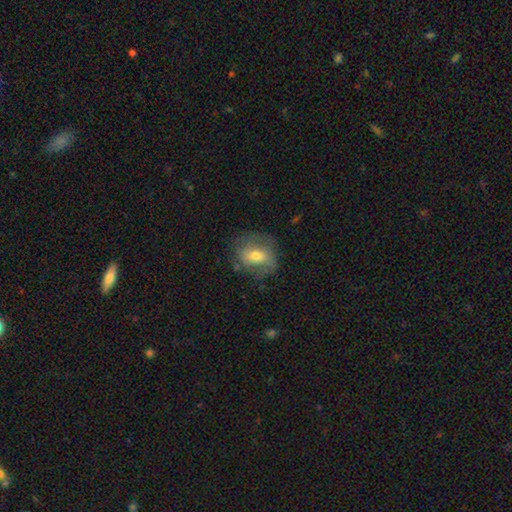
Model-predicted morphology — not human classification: A smooth galaxy with no disk features (55%) that is round (52%).

Vote fractions:
- Smooth or featured? smooth: 55% / featured or disk: 37% / star or artifact: 8%
- How rounded? round: 52% / in between: 46% / cigar-shaped: 2%
- Merging? none: 65% / minor disturbance: 22% / major disturbance: 11% / merger: 2%